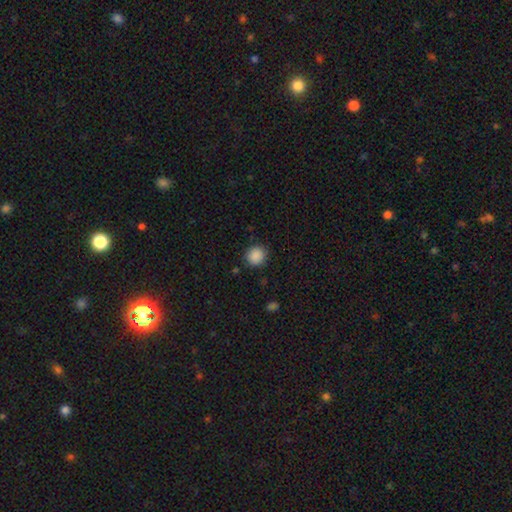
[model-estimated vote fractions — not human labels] Morphology: type=smooth (88%); roundness=round (86%); merging=none (87%).